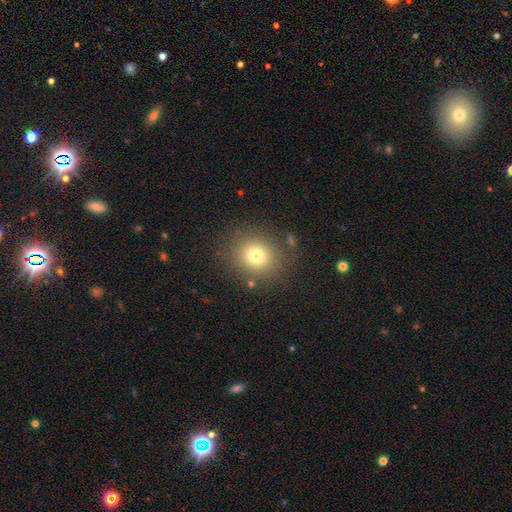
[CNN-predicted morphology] Smooth or featured? Predicted: smooth (p=0.75). How rounded? Predicted: round (p=0.81). Merging? Predicted: none (p=0.83).